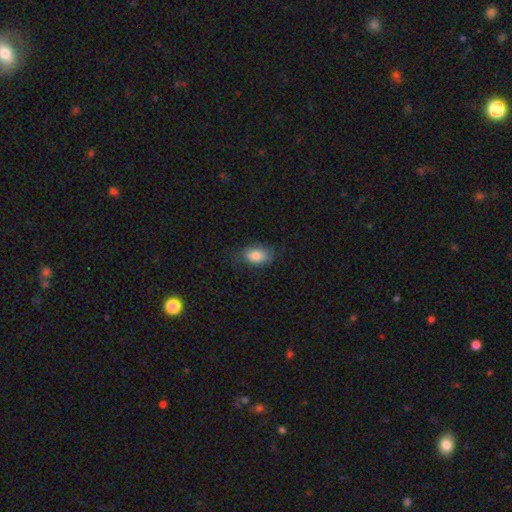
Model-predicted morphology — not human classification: This appears to be a smooth galaxy with no disk features (84%) that is in between round and cigar-shaped (89%). Merging: none (72%).